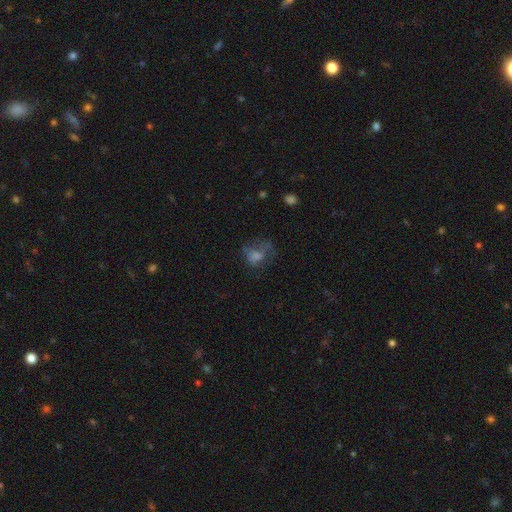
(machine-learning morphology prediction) This appears to be a smooth galaxy with no disk features (49%). Merging: none (40%).